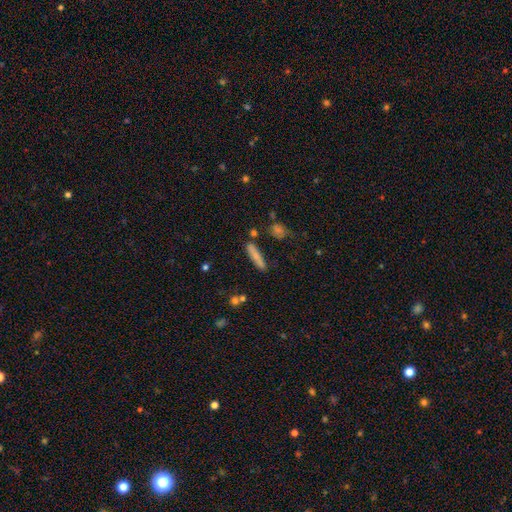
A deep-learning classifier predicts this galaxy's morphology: This appears to be a smooth galaxy with no disk features (75%) that is cigar-shaped (84%). Merging: none (79%).